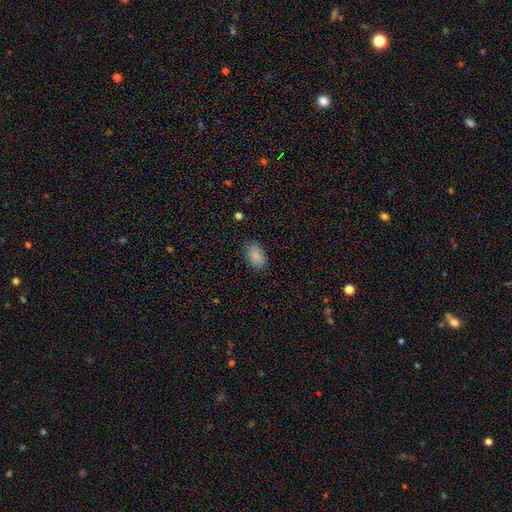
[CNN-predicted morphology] Smooth or featured: smooth — 87% (star or artifact — 8%)
How rounded: in between — 92% (round — 7%)
Merging: none — 84% (minor disturbance — 12%)